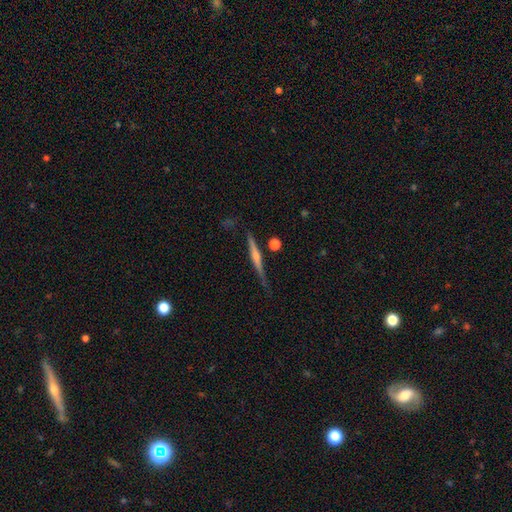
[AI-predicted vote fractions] Smooth or featured?
  - featured or disk: 76% *
  - smooth: 17%
  - star or artifact: 7%
Edge-on disk?
  - yes: 98% *
  - no: 2%
Edge-on bulge?
  - rounded: 69% *
  - none: 20%
  - boxy: 11%
Merging?
  - none: 81% *
  - minor disturbance: 13%
  - major disturbance: 3%
  - merger: 3%